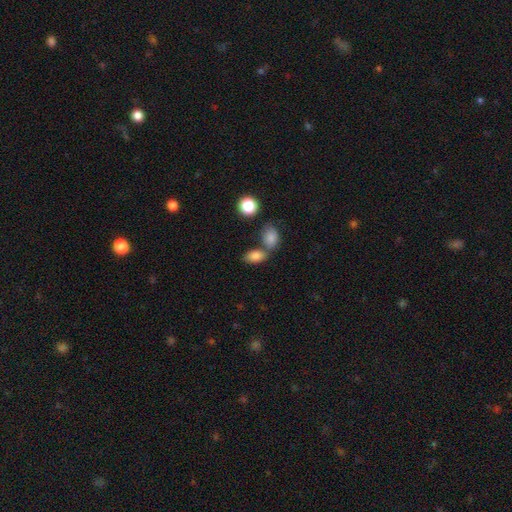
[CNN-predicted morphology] This is clearly a smooth galaxy (83%). How rounded: clearly in between (89%). Merging: possibly none (54%).